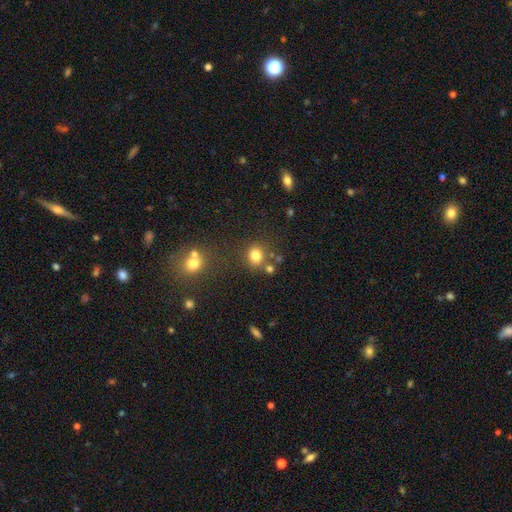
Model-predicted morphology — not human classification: Smooth or featured: smooth — 79% (star or artifact — 14%)
How rounded: round — 70% (in between — 29%)
Merging: none — 73% (minor disturbance — 12%)